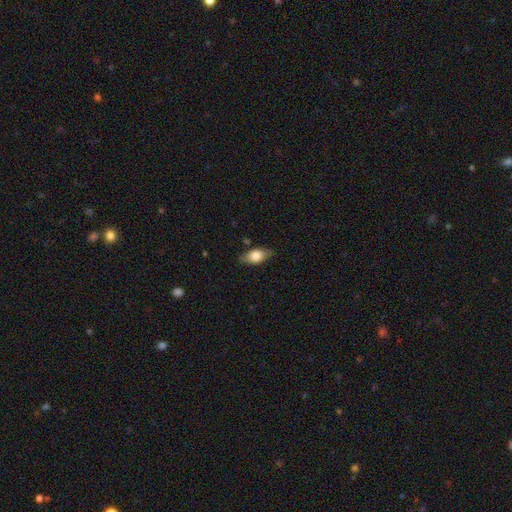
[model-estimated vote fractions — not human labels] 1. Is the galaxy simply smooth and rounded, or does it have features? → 72% smooth, 21% featured or disk, 7% star or artifact.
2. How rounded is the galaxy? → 85% in between, 8% cigar-shaped, 7% round.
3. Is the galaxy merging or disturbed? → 79% none, 16% minor disturbance, 4% major disturbance, 1% merger.